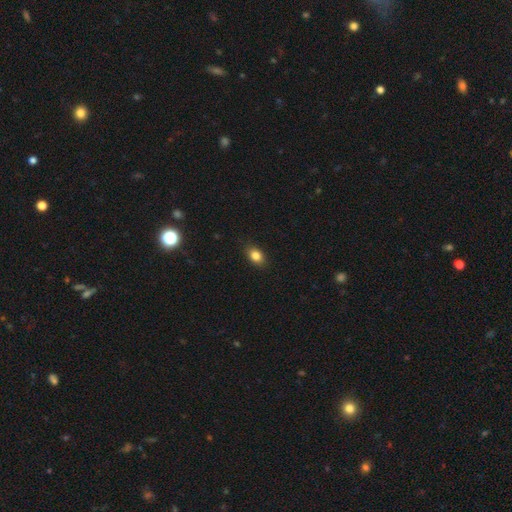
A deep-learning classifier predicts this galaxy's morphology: A smooth galaxy with no disk features (84%) that is in between round and cigar-shaped (77%). Merging: none (87%).